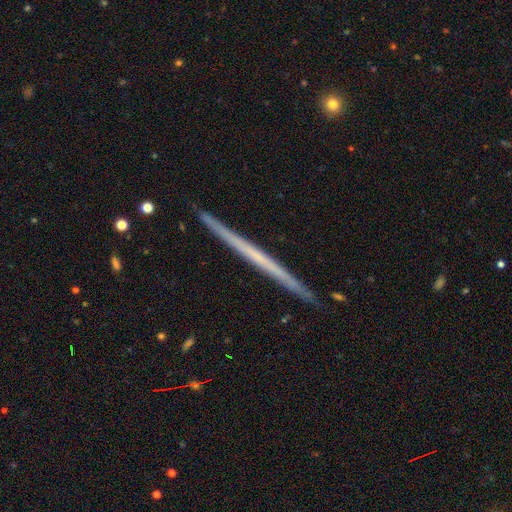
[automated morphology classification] A featured or disk galaxy (65%) viewed edge-on (98%) with no central bulge (90%).

Vote fractions:
- Smooth or featured? featured or disk: 65% / smooth: 29% / star or artifact: 6%
- Edge-on disk? yes: 98% / no: 2%
- Edge-on bulge? none: 90% / rounded: 7% / boxy: 3%
- Merging? none: 92% / minor disturbance: 6% / major disturbance: 1% / merger: 1%